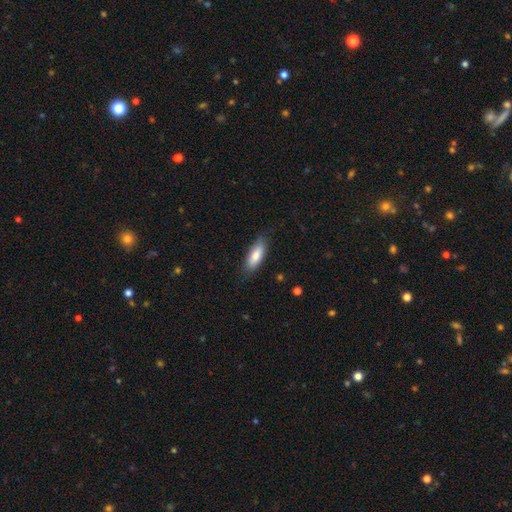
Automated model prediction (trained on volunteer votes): Overall: smooth (79%). How rounded: in between (66%; cigar-shaped 32%). Merging: none (79%).